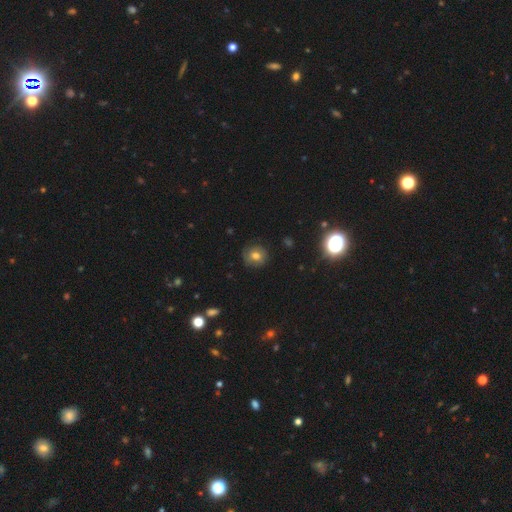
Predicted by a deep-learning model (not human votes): Smooth or featured: smooth — 64% (featured or disk — 21%)
How rounded: round — 87% (in between — 12%)
Merging: none — 83% (minor disturbance — 12%)